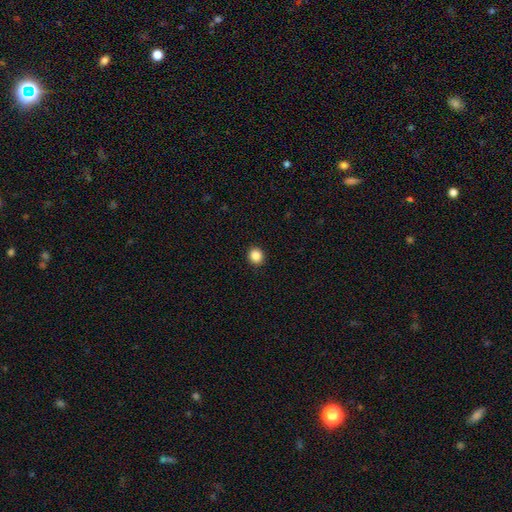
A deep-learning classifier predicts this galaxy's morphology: A smooth galaxy with no disk features (87%) that is round (86%).

Vote fractions:
- Smooth or featured? smooth: 87% / star or artifact: 10% / featured or disk: 3%
- How rounded? round: 86% / in between: 13% / cigar-shaped: 1%
- Merging? none: 92% / minor disturbance: 5% / major disturbance: 2% / merger: 1%